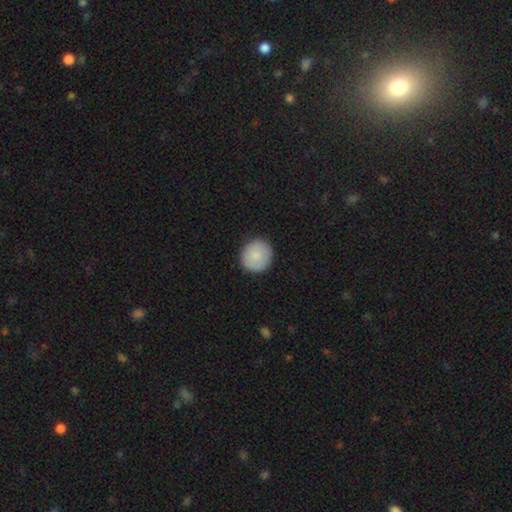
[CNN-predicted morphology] smooth 85%, featured or disk 9%, star or artifact 6%. Down the decision tree: how rounded — round (91%); merging — none (90%).